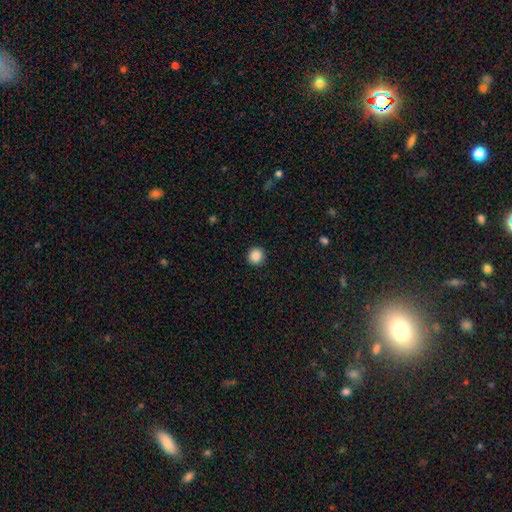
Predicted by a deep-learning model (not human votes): smooth 88%, star or artifact 9%, featured or disk 2%. Down the decision tree: how rounded — round (94%); merging — none (93%).